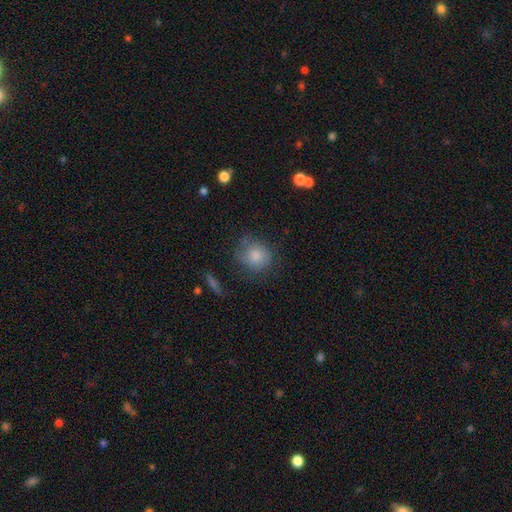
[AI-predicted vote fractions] The model was most divided on "merging": none: 68%, minor disturbance: 21%, major disturbance: 9%, merger: 2%. More confident: how rounded — round (83%); smooth or featured — smooth (70%).